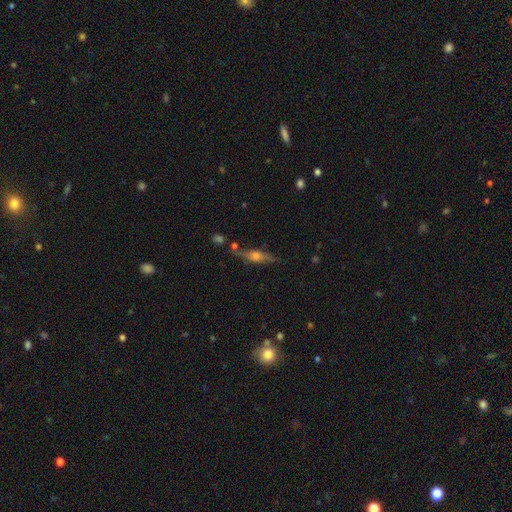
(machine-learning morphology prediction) A featured or disk galaxy (67%) viewed edge-on (94%) with a rounded central bulge (87%).

Vote fractions:
- Smooth or featured? featured or disk: 67% / smooth: 24% / star or artifact: 9%
- Edge-on disk? yes: 94% / no: 6%
- Edge-on bulge? rounded: 87% / boxy: 9% / none: 4%
- Merging? none: 78% / minor disturbance: 13% / merger: 6% / major disturbance: 4%